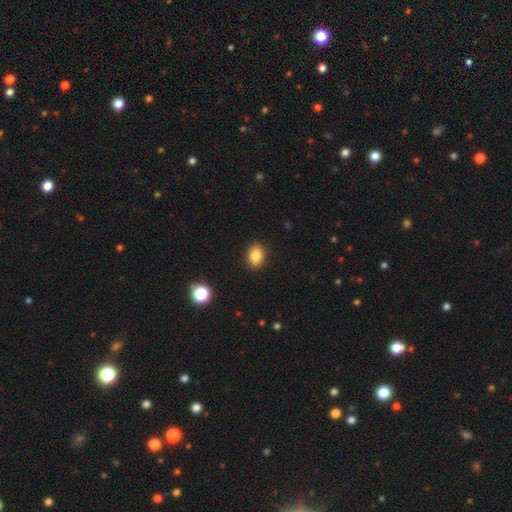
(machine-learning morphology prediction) Smooth or featured? Predicted: smooth (p=0.84). How rounded? Predicted: in between (p=0.62). Merging? Predicted: none (p=0.90).